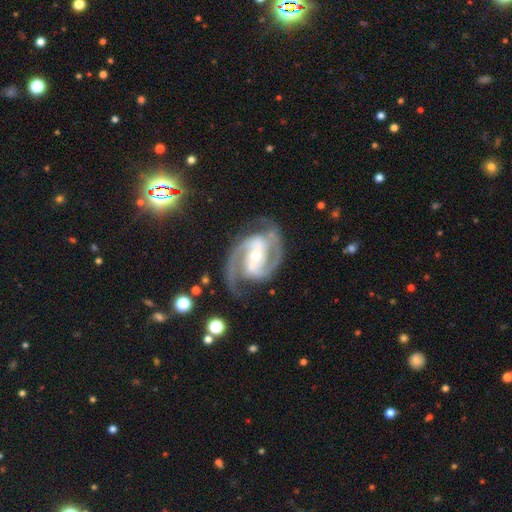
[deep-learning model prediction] smooth-or-featured: featured or disk: 93% | star or artifact: 4% | smooth: 3%
  disk-edge-on: no: 98% | yes: 2%
    bar: strong: 54% | weak: 31% | no: 16%
    has-spiral-arms: yes: 98% | no: 2%
      spiral-winding: medium: 55% | tight: 36% | loose: 9%
      spiral-arm-count: 2: 87% | 3: 7% | can't tell: 2% | 1: 1% | 4: 1% | more than 4: 1%
    bulge-size: small: 51% | moderate: 44% | large: 2% | none: 1% | dominant: 1%
  merging: none: 78% | minor disturbance: 14% | major disturbance: 7% | merger: 2%